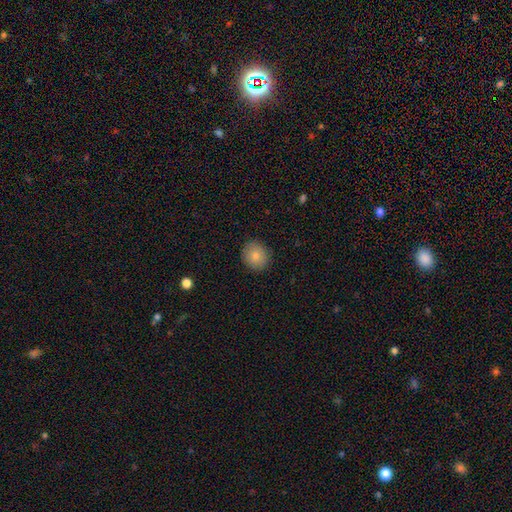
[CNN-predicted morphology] smooth 83%, star or artifact 9%, featured or disk 8%. Down the decision tree: how rounded — round (81%); merging — none (90%).